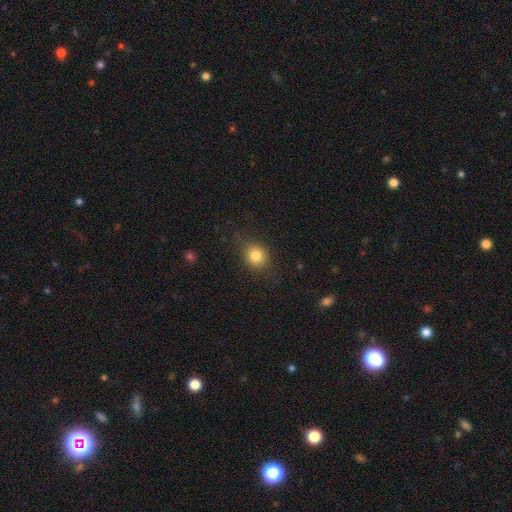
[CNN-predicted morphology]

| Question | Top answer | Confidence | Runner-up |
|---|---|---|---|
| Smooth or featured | smooth | 83% | star or artifact (11%) |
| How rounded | round | 69% | in between (30%) |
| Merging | none | 81% | minor disturbance (14%) |